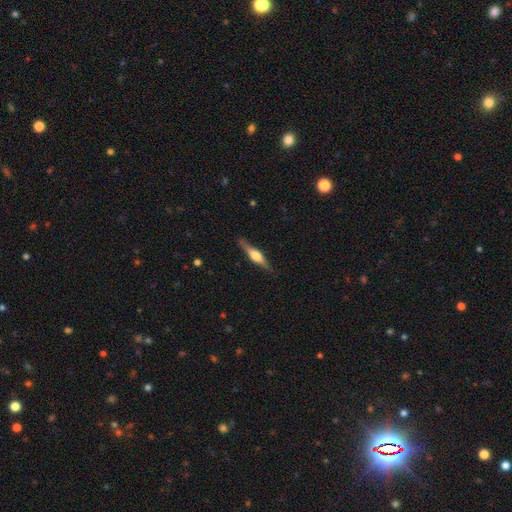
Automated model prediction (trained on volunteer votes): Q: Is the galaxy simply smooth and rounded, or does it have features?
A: featured or disk — 66%.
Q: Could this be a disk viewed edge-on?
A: yes — 97%.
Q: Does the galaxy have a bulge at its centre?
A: rounded — 87%.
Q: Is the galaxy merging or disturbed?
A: none — 86%.